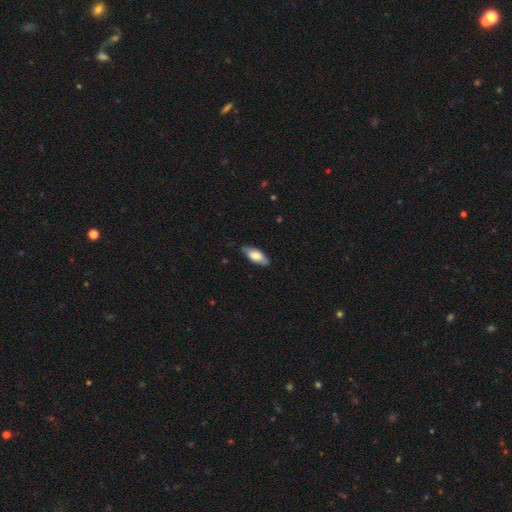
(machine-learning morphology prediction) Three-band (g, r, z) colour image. It shows a smooth galaxy with no disk features (73%) that is in between round and cigar-shaped (81%). Merging: none (79%).